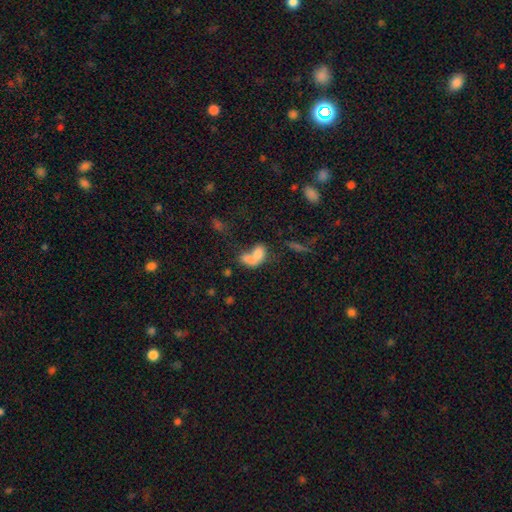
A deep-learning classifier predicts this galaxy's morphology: Overall: smooth (69%). How rounded: in between (76%). Merging: merger (58%; none 19%).